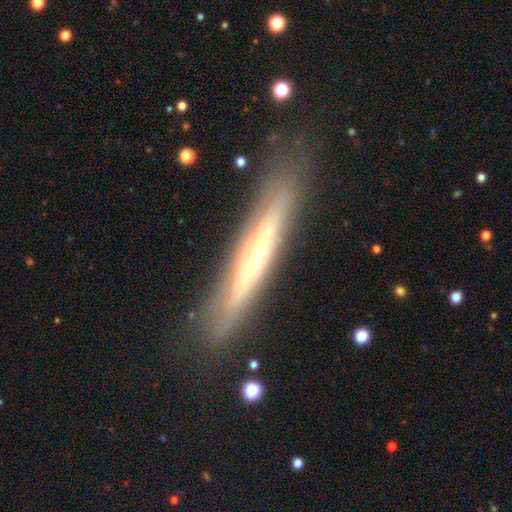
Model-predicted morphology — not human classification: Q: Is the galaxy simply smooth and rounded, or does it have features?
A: featured or disk — 66%.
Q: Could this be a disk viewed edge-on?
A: yes — 83%.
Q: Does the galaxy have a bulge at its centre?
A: rounded — 54%.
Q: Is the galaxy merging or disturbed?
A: none — 82%.